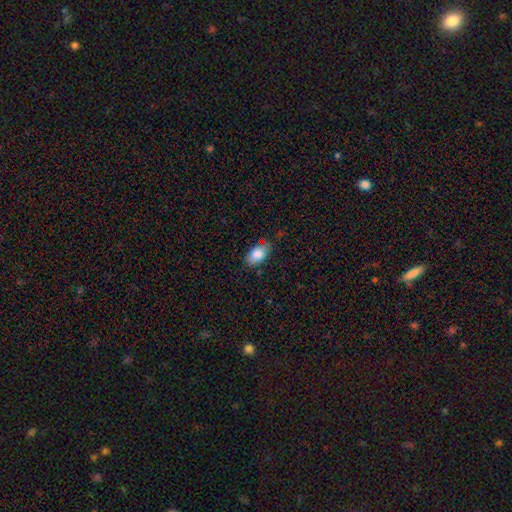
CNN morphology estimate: Smooth or featured: smooth — 84% (star or artifact — 8%)
How rounded: in between — 89% (round — 9%)
Merging: none — 73% (minor disturbance — 20%)